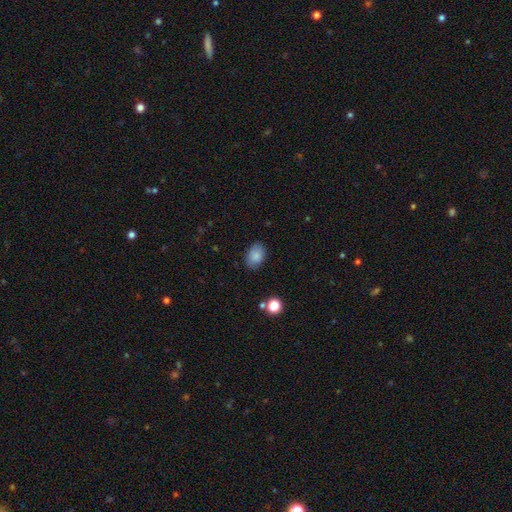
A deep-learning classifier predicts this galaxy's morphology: Q: Smooth or featured?
A: smooth (84%); runner-up: star or artifact (8%)
Q: How rounded?
A: in between (83%); runner-up: round (16%)
Q: Merging?
A: none (80%); runner-up: minor disturbance (15%)